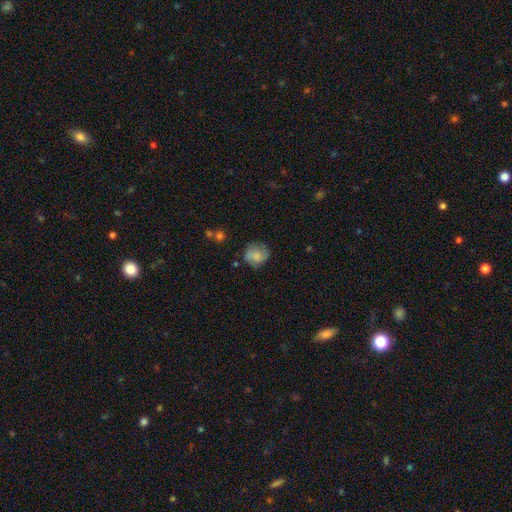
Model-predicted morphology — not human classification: Smooth or featured? Predicted: smooth (p=0.70). How rounded? Predicted: round (p=0.80). Merging? Predicted: none (p=0.70).